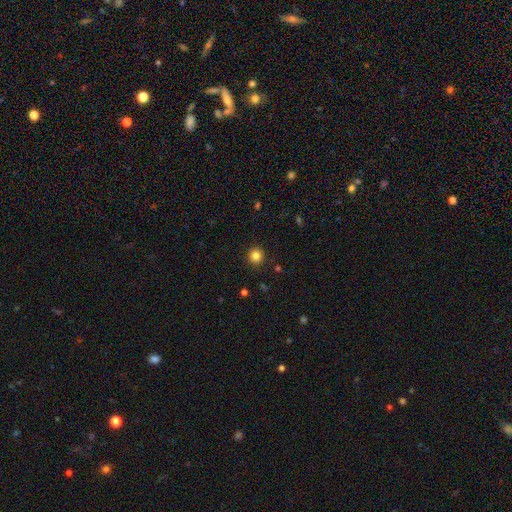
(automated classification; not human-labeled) smooth-or-featured: smooth: 84% | star or artifact: 12% | featured or disk: 4%
  how-rounded: round: 94% | in between: 5% | cigar-shaped: 1%
  merging: none: 92% | minor disturbance: 5% | major disturbance: 2% | merger: 1%